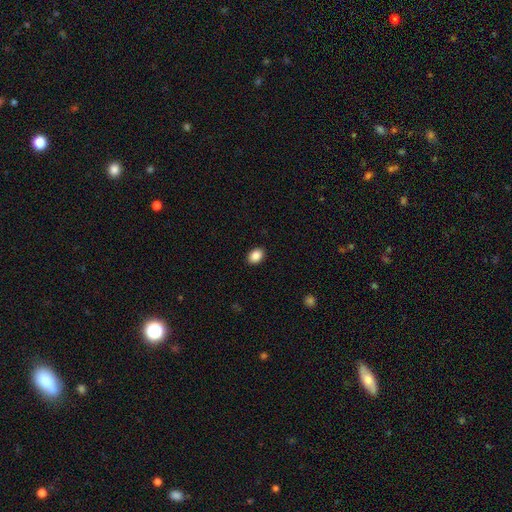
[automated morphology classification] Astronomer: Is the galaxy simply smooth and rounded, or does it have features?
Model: smooth — 88%.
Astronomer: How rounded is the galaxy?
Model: in between — 75%.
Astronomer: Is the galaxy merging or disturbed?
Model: none — 91%.